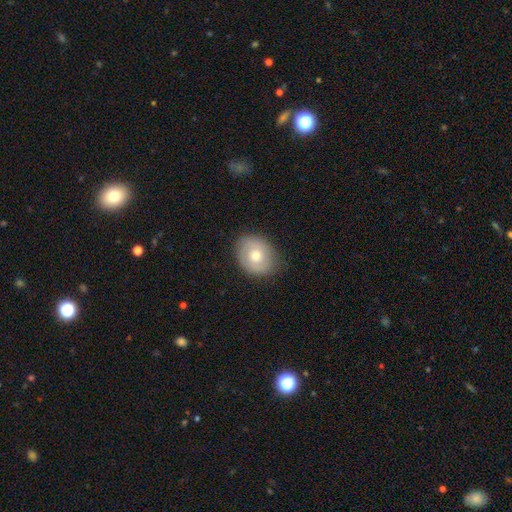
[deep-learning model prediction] Morphology: type=smooth (51%); roundness=round (52%); merging=none (81%).